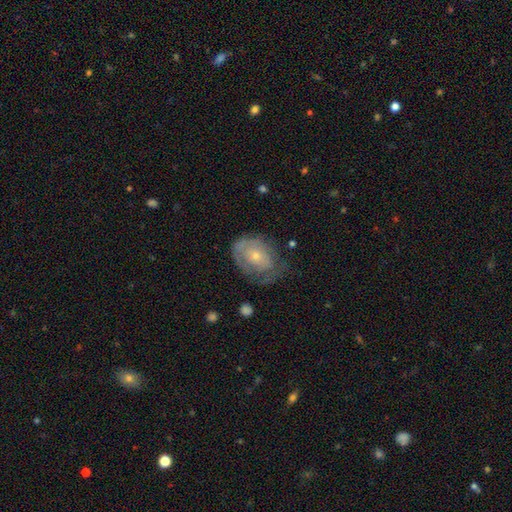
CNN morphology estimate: Q: Smooth or featured?
A: featured or disk (59%); runner-up: smooth (34%)
Q: Edge-on disk?
A: no (95%); runner-up: yes (5%)
Q: Bar?
A: no (83%); runner-up: weak (14%)
Q: Spiral arms?
A: yes (62%); runner-up: no (38%)
Q: Bulge size?
A: small (64%); runner-up: moderate (32%)
Q: Merging?
A: none (47%); runner-up: minor disturbance (30%)